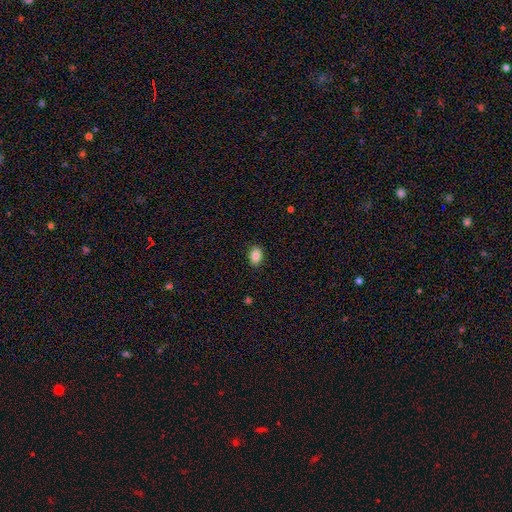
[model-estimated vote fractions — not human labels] This is clearly a smooth galaxy (85%). How rounded: likely in between (78%). Merging: clearly none (89%).